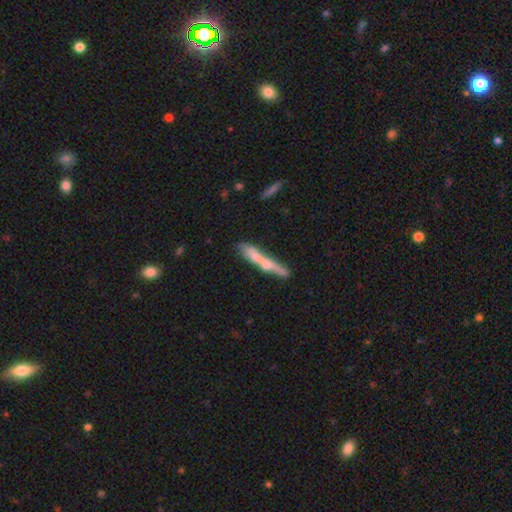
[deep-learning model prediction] Morphology: type=smooth (50%); merging=none (43%).